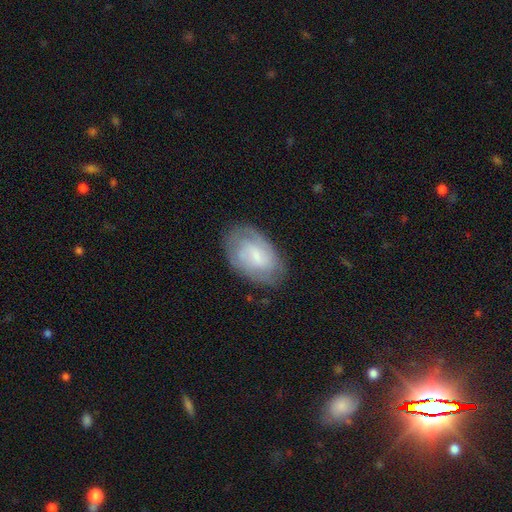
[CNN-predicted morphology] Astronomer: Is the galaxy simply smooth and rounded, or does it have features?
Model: featured or disk — 53% (runner-up: smooth, 40%).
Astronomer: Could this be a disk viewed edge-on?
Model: no — 96%.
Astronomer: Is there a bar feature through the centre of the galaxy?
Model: weak — 48% (runner-up: no, 42%).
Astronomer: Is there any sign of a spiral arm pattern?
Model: yes — 77%.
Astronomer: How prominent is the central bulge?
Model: small — 48% (runner-up: moderate, 27%).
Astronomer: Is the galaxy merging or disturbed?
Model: none — 72%.